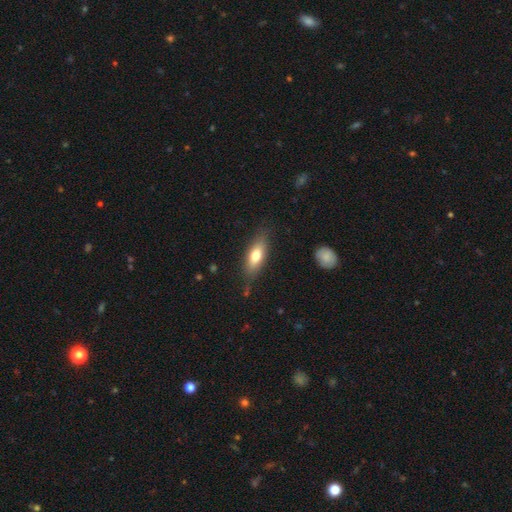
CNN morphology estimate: type=smooth (69%); roundness=in between (67%); merging=none (79%).